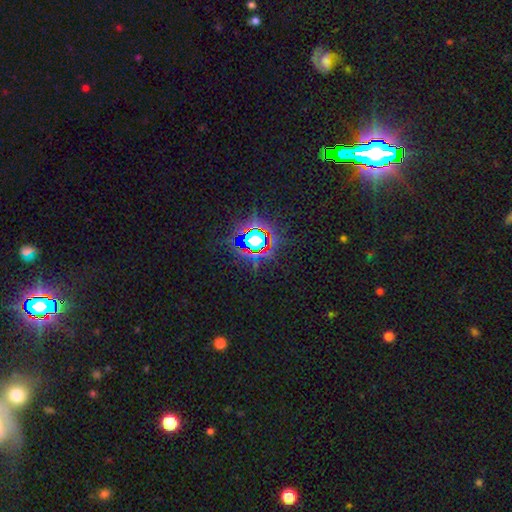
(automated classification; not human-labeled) Smooth or featured? Predicted: star or artifact (p=0.81).